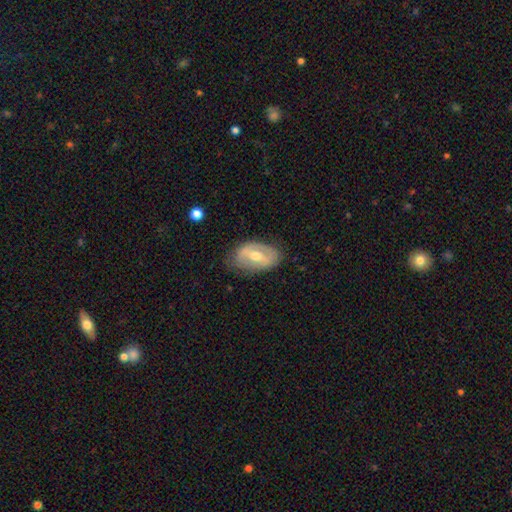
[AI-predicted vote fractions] A featured or disk galaxy (60%) with a weak bar (40%), no spiral arms (56%) and a moderate central bulge (71%).

Vote fractions:
- Smooth or featured? featured or disk: 60% / smooth: 34% / star or artifact: 6%
- Edge-on disk? no: 91% / yes: 9%
- Bar? weak: 40% / strong: 36% / no: 24%
- Spiral arms? no: 56% / yes: 44%
- Bulge size? moderate: 71% / small: 22% / large: 5% / none: 1% / dominant: 1%
- Merging? none: 74% / minor disturbance: 20% / major disturbance: 5% / merger: 1%